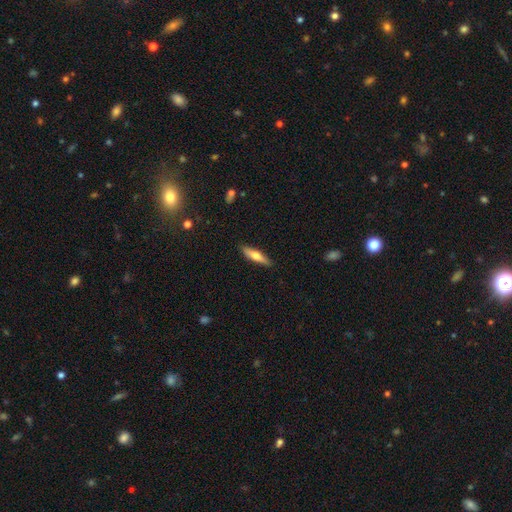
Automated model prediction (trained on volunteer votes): This appears to be a smooth galaxy with no disk features (54%) that is cigar-shaped (77%). Merging: none (89%).